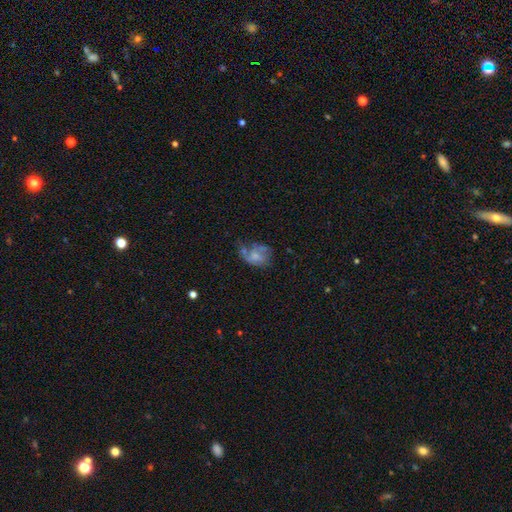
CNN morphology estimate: This appears to be a featured or disk galaxy (50%). Merging: none (31%).